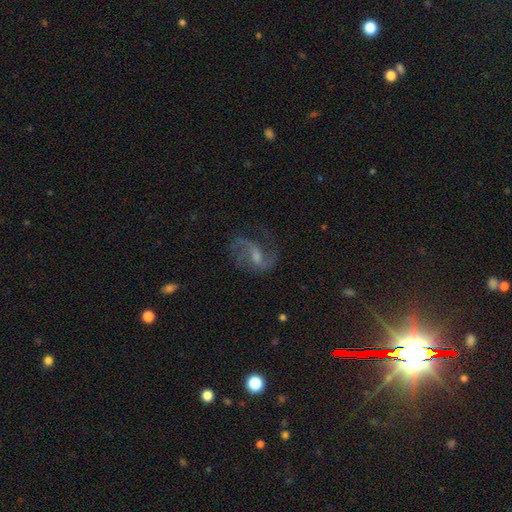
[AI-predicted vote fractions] This appears to be a featured or disk galaxy (81%) with a weak bar (54%), 2 (72%) loose (53%) spiral arms (94%) and a small central bulge (41%). Merging: none (60%).